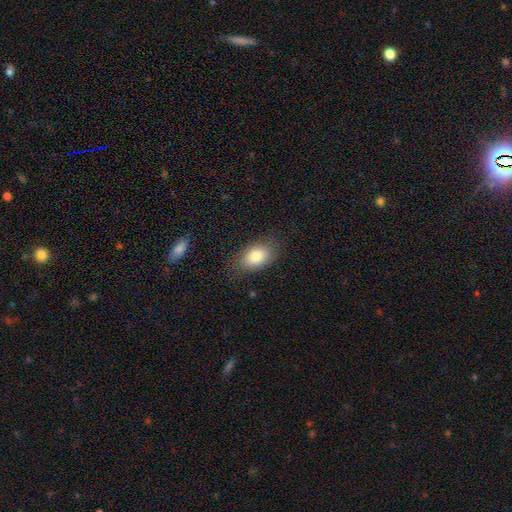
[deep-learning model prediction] This appears to be a smooth galaxy with no disk features (82%) that is in between round and cigar-shaped (88%). Merging: none (78%).